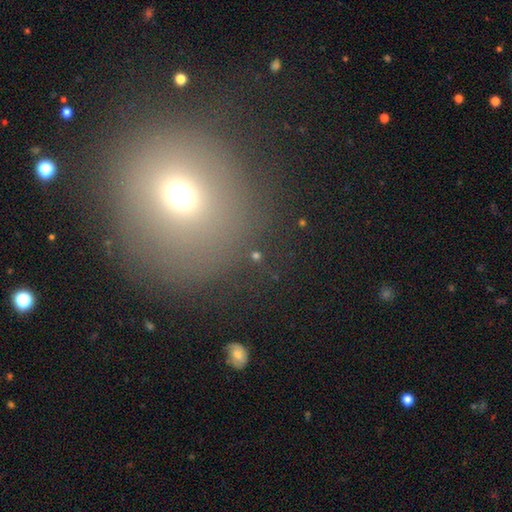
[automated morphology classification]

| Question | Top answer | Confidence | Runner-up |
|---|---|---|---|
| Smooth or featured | smooth | 42% | tied: star or artifact (42%) |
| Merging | none | 73% | minor disturbance (11%) |